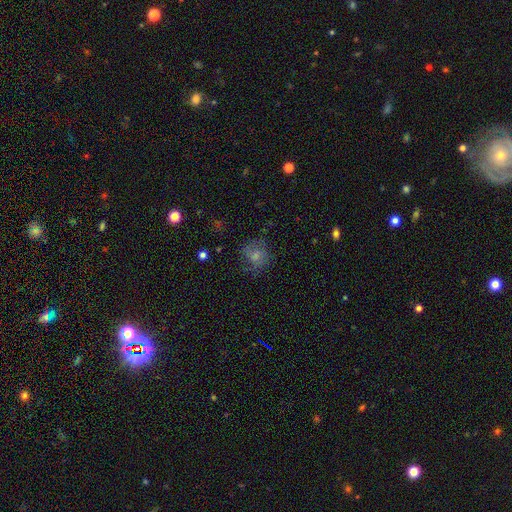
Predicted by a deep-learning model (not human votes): smooth 43%, featured or disk 34%, star or artifact 23%. Down the decision tree: merging — none (70%).